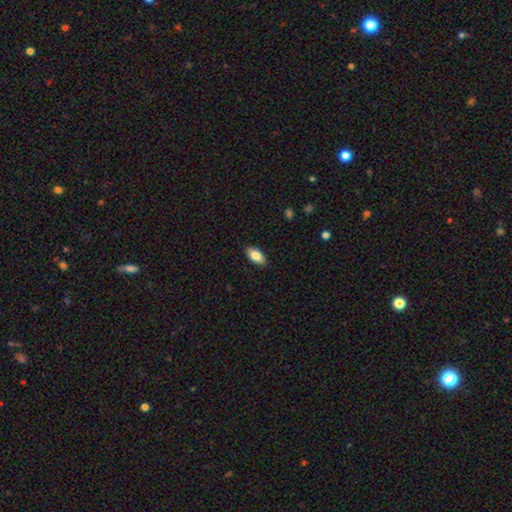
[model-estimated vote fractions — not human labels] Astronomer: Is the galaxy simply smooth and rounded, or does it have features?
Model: smooth — 83%.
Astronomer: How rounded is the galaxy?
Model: in between — 91%.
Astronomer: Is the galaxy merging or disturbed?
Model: none — 89%.